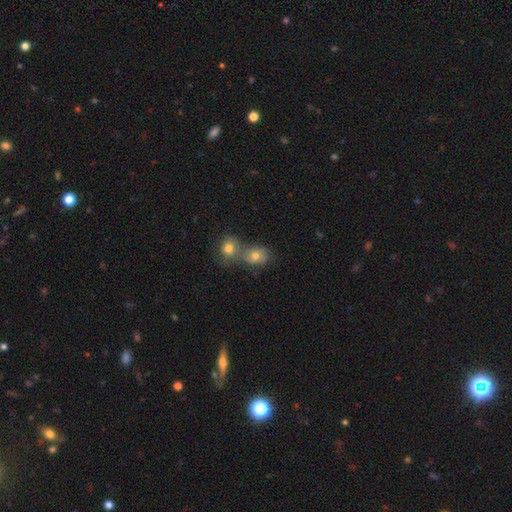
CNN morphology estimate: Smooth or featured? smooth (72%)
How rounded? round (52%)
Merging? merger (57%)